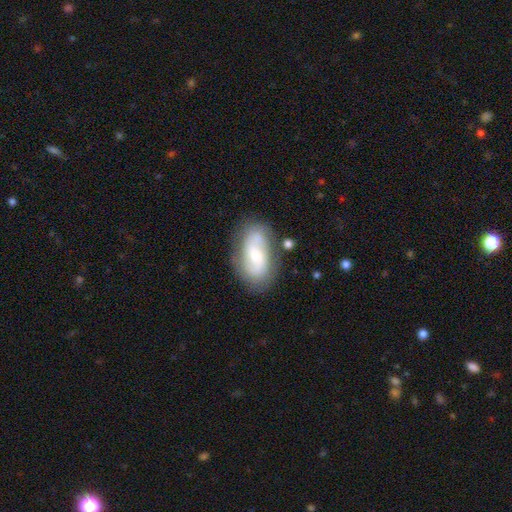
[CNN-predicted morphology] Smooth or featured? featured or disk (59%)
Edge-on disk? no (94%)
Bar? no (48%)
Spiral arms? yes (81%)
Bulge size? moderate (47%)
Merging? none (71%)